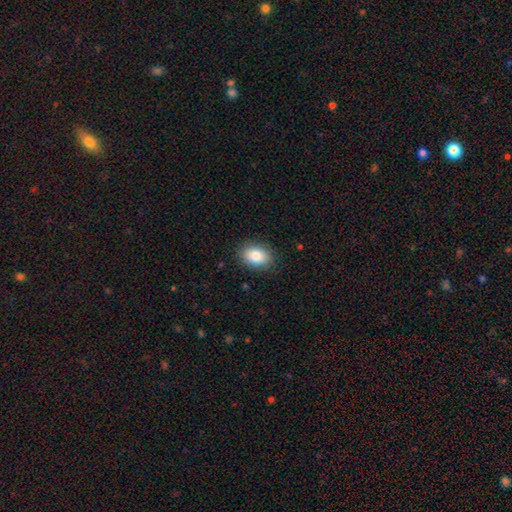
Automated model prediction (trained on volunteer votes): Smooth or featured? Predicted: smooth (p=0.85). How rounded? Predicted: in between (p=0.82). Merging? Predicted: none (p=0.86).